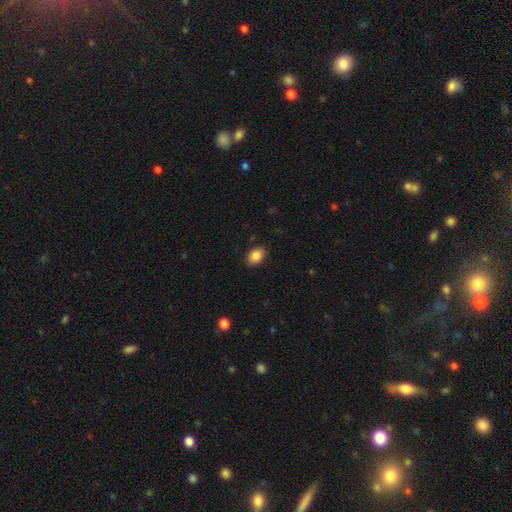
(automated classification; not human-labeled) Smooth or featured? smooth (88%)
How rounded? in between (71%)
Merging? none (87%)